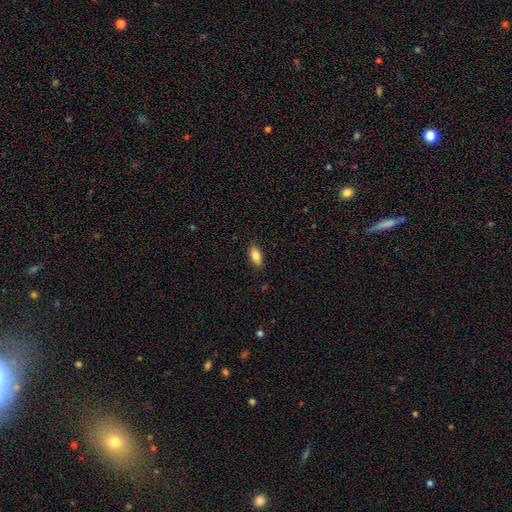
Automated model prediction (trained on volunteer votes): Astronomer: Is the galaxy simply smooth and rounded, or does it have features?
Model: smooth — 84%.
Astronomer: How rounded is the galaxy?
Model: in between — 89%.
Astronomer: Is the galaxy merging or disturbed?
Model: none — 86%.